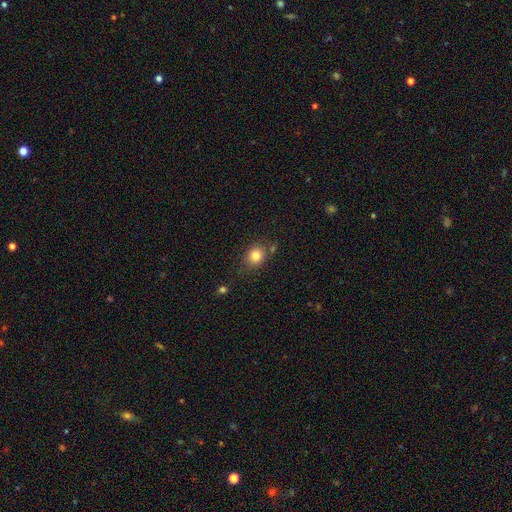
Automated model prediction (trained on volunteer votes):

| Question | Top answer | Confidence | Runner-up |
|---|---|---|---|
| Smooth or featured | smooth | 81% | star or artifact (11%) |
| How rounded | round | 68% | in between (31%) |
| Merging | none | 76% | minor disturbance (14%) |